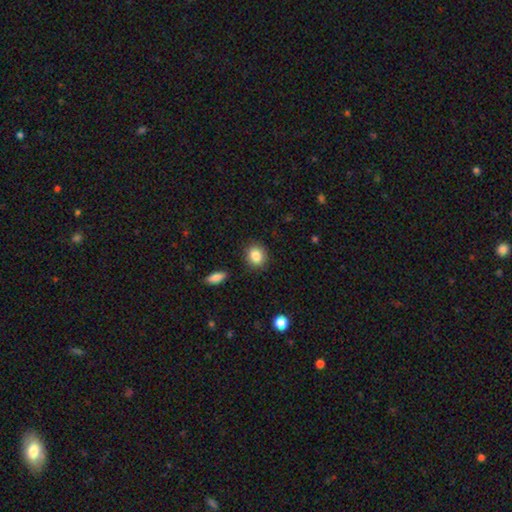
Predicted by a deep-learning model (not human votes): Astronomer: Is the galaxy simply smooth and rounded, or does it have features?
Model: smooth — 86%.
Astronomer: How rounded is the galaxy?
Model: round — 70%.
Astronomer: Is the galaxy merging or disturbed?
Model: none — 88%.